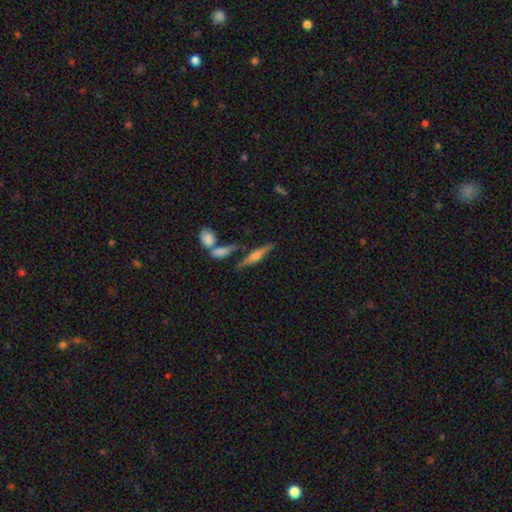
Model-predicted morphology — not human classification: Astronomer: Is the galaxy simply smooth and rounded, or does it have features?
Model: featured or disk — 68%.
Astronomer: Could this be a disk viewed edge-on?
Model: yes — 95%.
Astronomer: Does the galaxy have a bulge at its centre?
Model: rounded — 89%.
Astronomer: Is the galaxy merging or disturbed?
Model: none — 75%.